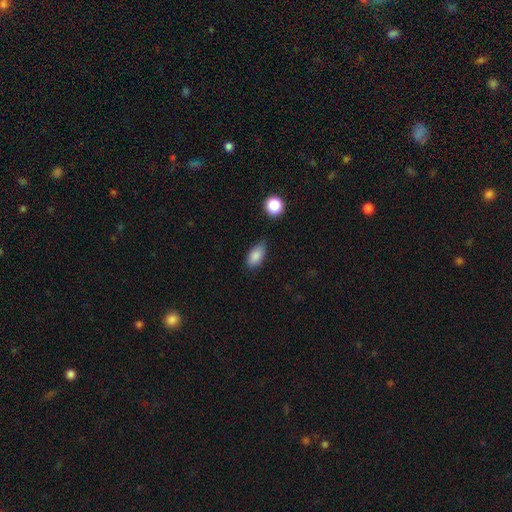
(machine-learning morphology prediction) smooth-or-featured: smooth: 86% | star or artifact: 8% | featured or disk: 6%
  how-rounded: in between: 90% | round: 6% | cigar-shaped: 4%
  merging: none: 69% | minor disturbance: 23% | major disturbance: 4% | merger: 3%